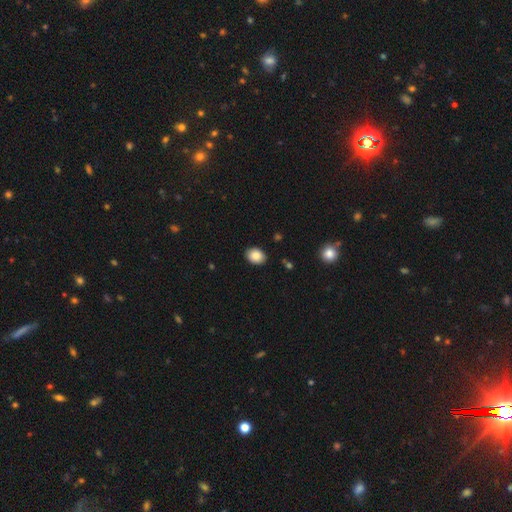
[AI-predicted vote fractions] smooth_or_featured: smooth (p=0.88) [alt: star or artifact p=0.08]
how_rounded: in between (p=0.61) [alt: round p=0.38]
merging: none (p=0.89) [alt: minor disturbance p=0.08]